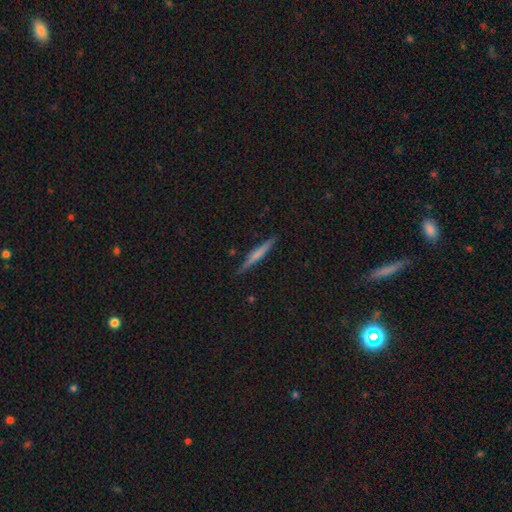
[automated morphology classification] Smooth or featured? smooth (51%)
How rounded? cigar-shaped (95%)
Merging? none (89%)